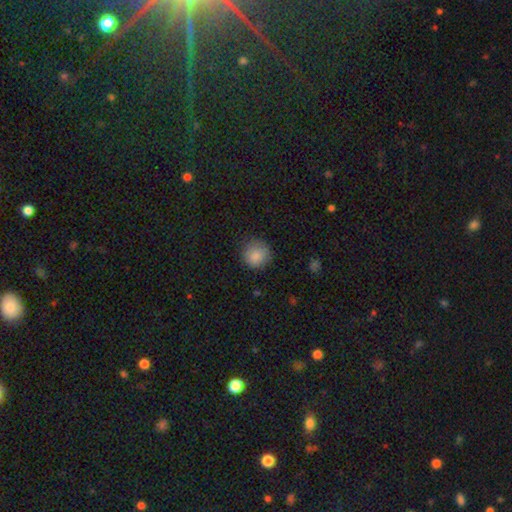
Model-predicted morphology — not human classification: Overall: smooth (86%). How rounded: round (91%). Merging: none (82%).